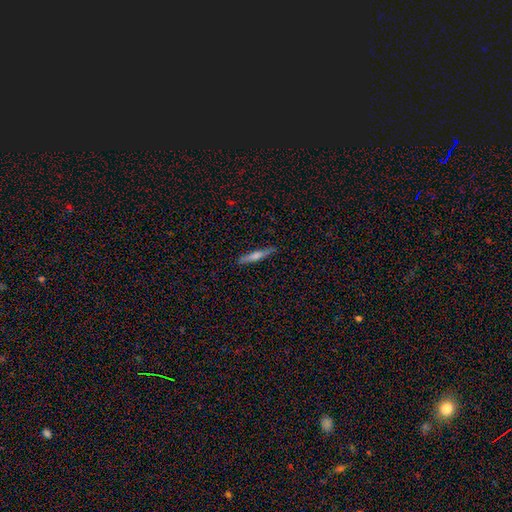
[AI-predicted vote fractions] featured or disk 58%, smooth 35%, star or artifact 7%. Down the decision tree: edge-on disk — yes (97%); edge-on bulge — rounded (74%); merging — none (89%).